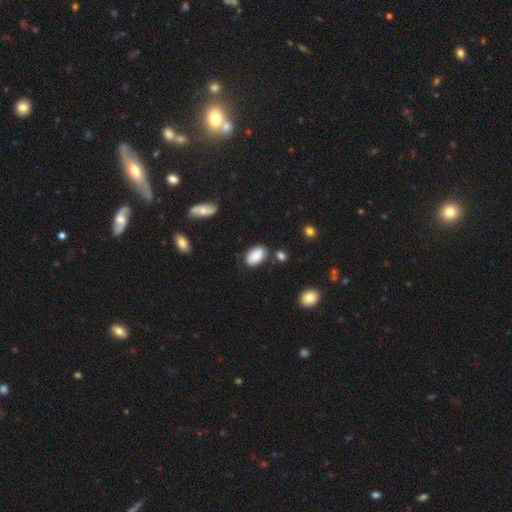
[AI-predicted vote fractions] Morphology: type=smooth (88%); roundness=in between (94%); merging=none (78%).